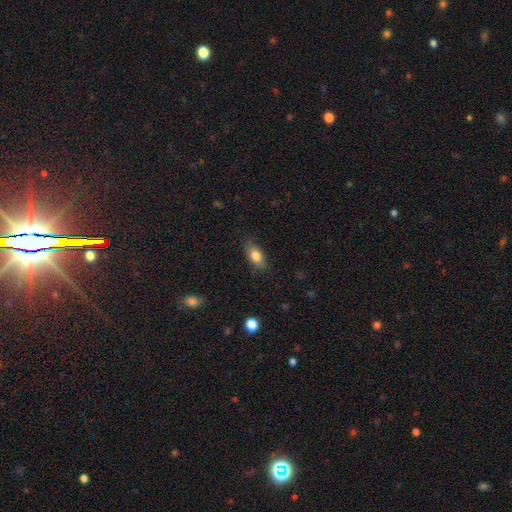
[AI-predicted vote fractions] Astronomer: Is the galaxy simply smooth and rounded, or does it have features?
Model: smooth — 80%.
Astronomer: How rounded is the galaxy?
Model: in between — 84%.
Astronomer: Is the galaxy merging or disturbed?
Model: none — 82%.